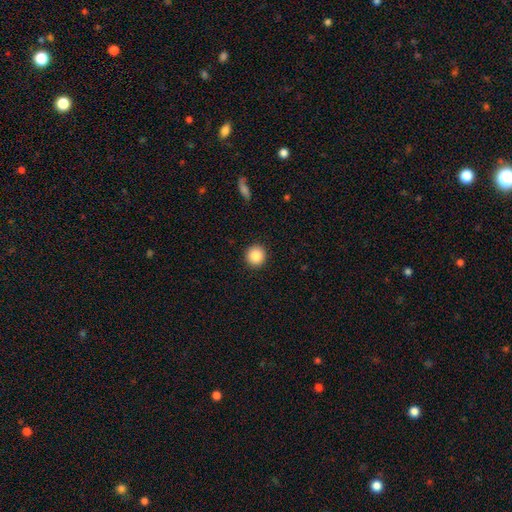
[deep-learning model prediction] Overall: smooth (87%). How rounded: round (94%). Merging: none (92%).